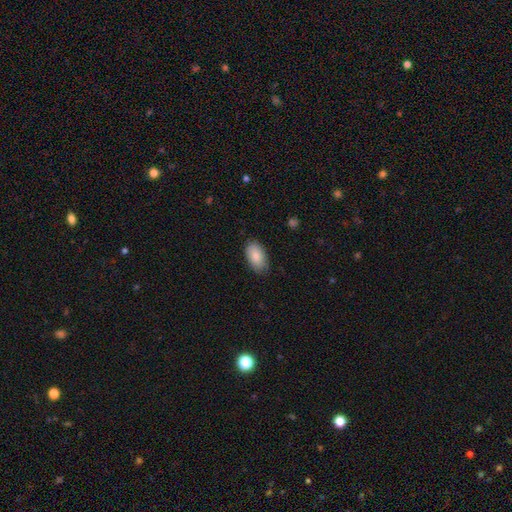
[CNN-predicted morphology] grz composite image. It shows a smooth galaxy with no disk features (88%) that is in between round and cigar-shaped (94%). Merging: none (81%).